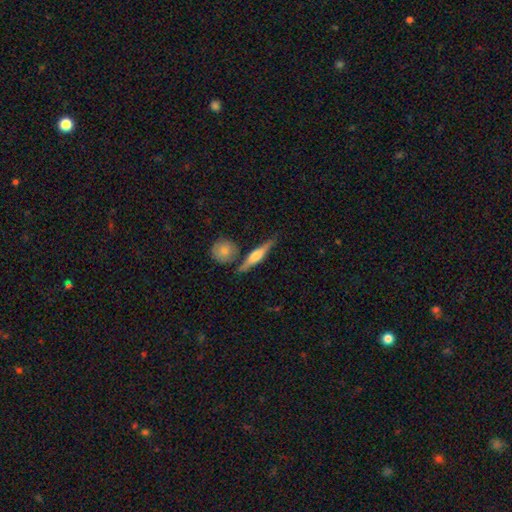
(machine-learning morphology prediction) smooth_or_featured: featured or disk (p=0.58) [alt: smooth p=0.36]
disk_edge_on: yes (p=0.94) [alt: no p=0.06]
edge_on_bulge: rounded (p=0.78) [alt: boxy p=0.15]
merging: none (p=0.78) [alt: minor disturbance p=0.12]